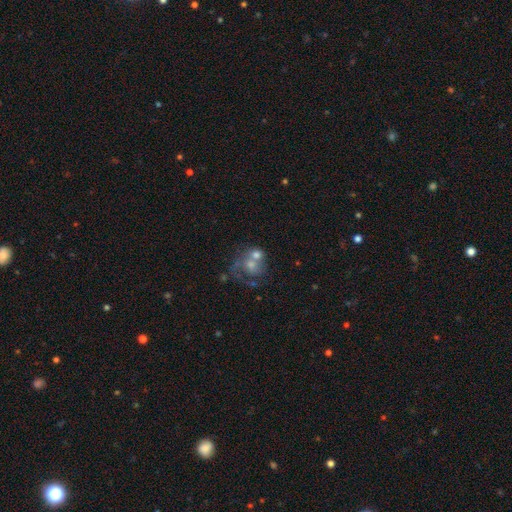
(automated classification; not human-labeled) smooth_or_featured: smooth (p=0.46) [alt: featured or disk p=0.44]
merging: merger (p=0.51) [alt: none p=0.23]